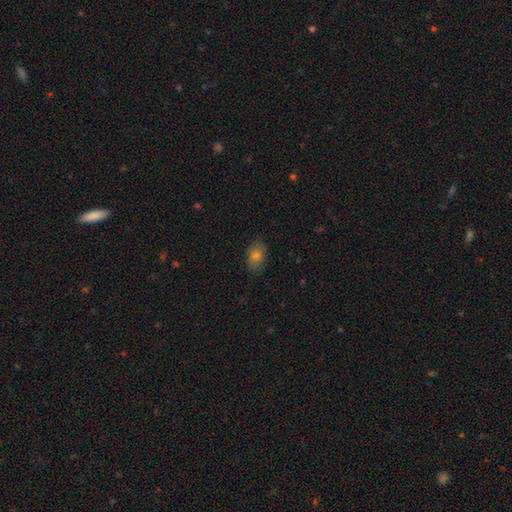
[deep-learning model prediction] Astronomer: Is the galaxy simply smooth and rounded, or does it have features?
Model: smooth — 75%.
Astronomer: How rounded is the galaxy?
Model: in between — 82%.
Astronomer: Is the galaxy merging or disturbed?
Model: none — 84%.